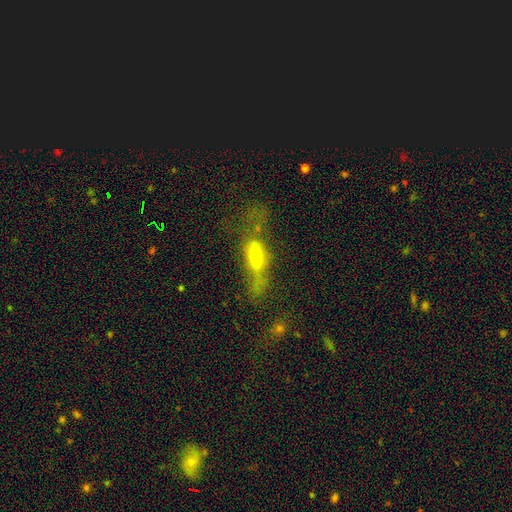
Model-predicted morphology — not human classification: This appears to be a smooth galaxy with no disk features (54%) that is in between round and cigar-shaped (49%). Merging: major disturbance (41%).